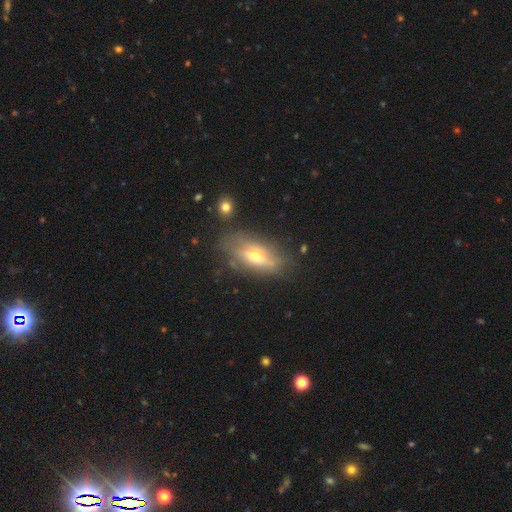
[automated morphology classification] smooth_or_featured: featured or disk (p=0.52) [alt: smooth p=0.40]
disk_edge_on: yes (p=0.57) [alt: no p=0.43]
merging: none (p=0.68) [alt: minor disturbance p=0.21]